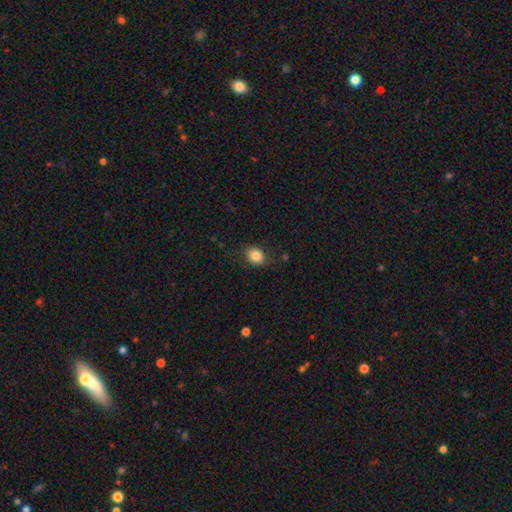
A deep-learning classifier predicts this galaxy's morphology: This is clearly a smooth galaxy (83%). How rounded: possibly round (55%). Merging: likely none (79%).